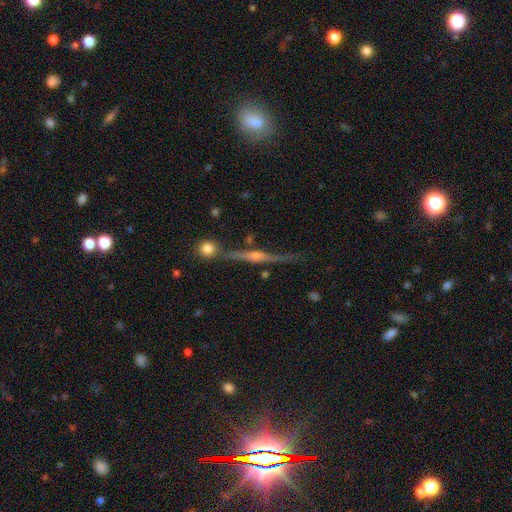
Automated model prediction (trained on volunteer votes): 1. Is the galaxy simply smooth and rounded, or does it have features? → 79% featured or disk, 12% star or artifact, 9% smooth.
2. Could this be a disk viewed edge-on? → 96% yes, 4% no.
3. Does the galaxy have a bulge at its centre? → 85% rounded, 8% none, 7% boxy.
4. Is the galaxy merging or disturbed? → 82% none, 9% minor disturbance, 5% merger, 3% major disturbance.